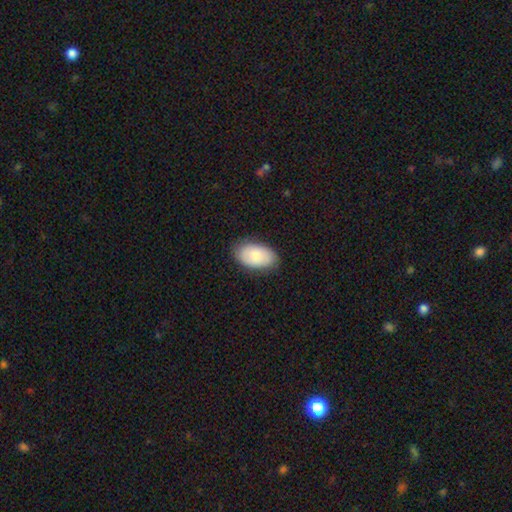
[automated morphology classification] Smooth or featured: smooth — 79% (featured or disk — 15%)
How rounded: in between — 94% (round — 4%)
Merging: none — 82% (minor disturbance — 14%)